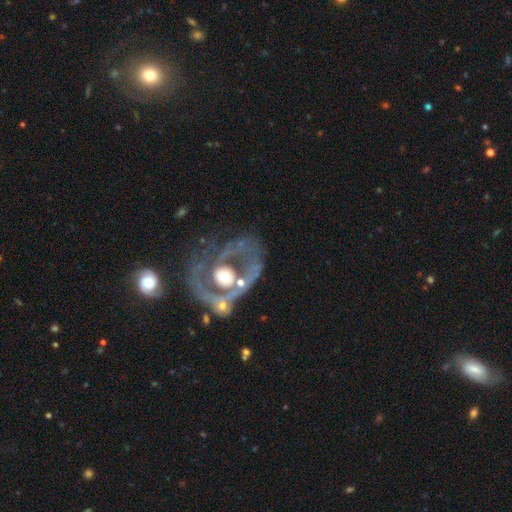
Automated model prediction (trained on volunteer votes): A featured or disk galaxy (79%) with no bar (50%), spiral arms (63%) and a moderate central bulge (59%).

Vote fractions:
- Smooth or featured? featured or disk: 79% / star or artifact: 11% / smooth: 10%
- Edge-on disk? no: 95% / yes: 5%
- Bar? no: 50% / weak: 29% / strong: 20%
- Spiral arms? yes: 63% / no: 37%
- Bulge size? moderate: 59% / small: 25% / large: 9% / none: 3% / dominant: 3%
- Merging? none: 46% / merger: 20% / major disturbance: 18% / minor disturbance: 15%